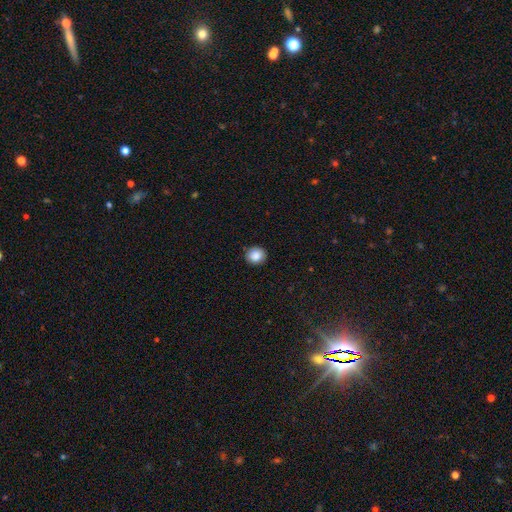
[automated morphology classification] This appears to be a smooth galaxy with no disk features (87%) that is round (86%). Merging: none (90%).